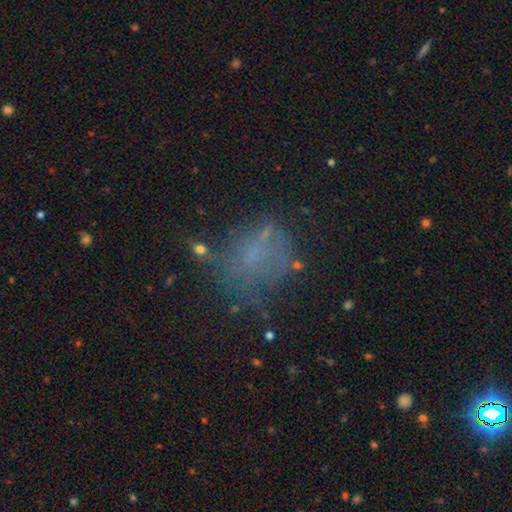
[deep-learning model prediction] Smooth or featured: smooth — 47% (featured or disk — 28%)
Merging: none — 50% (major disturbance — 23%)